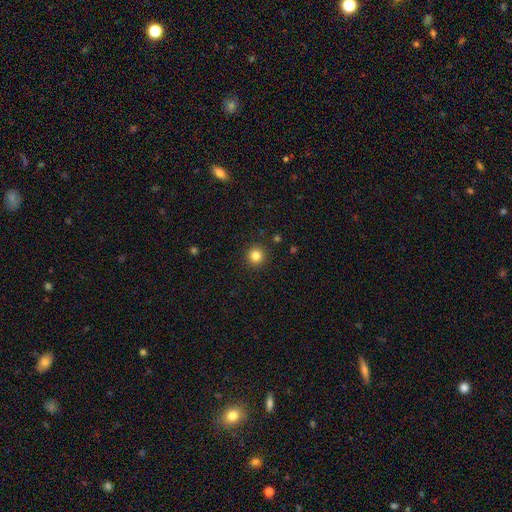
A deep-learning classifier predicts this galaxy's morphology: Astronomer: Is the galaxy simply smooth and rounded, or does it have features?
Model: smooth — 83%.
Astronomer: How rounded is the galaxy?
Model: round — 95%.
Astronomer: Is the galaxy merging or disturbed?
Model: none — 92%.